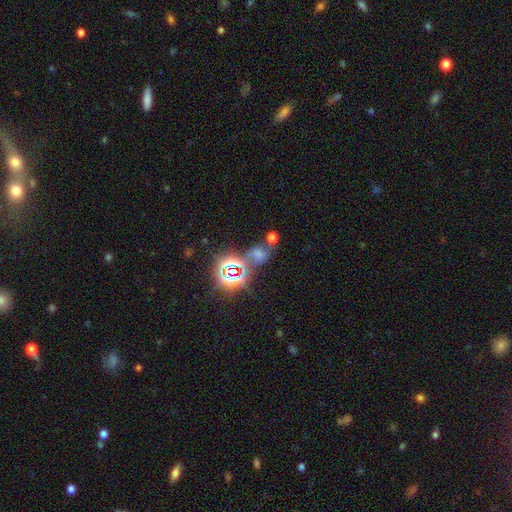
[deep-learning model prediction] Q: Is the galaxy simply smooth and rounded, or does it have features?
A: star or artifact — 63%.